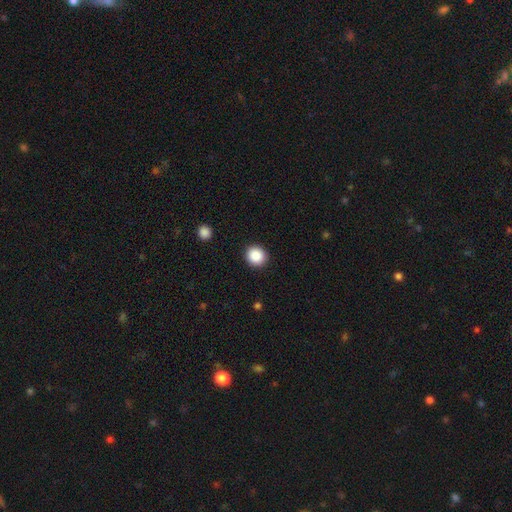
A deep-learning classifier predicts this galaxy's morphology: This appears to be a smooth galaxy with no disk features (88%) that is round (87%). Merging: none (91%).